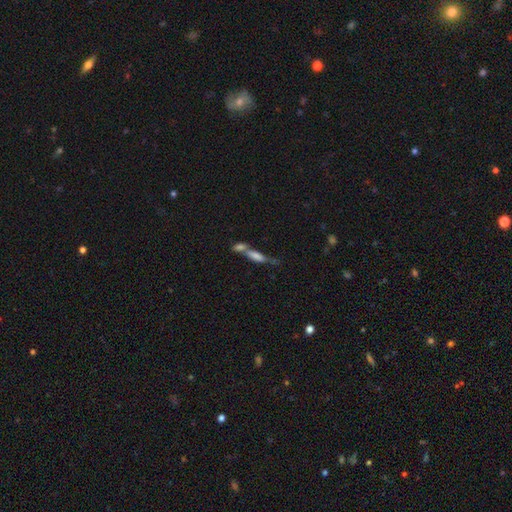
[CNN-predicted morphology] This is possibly a smooth galaxy (52%). How rounded: possibly cigar-shaped (56%). Merging: possibly merger (60%).